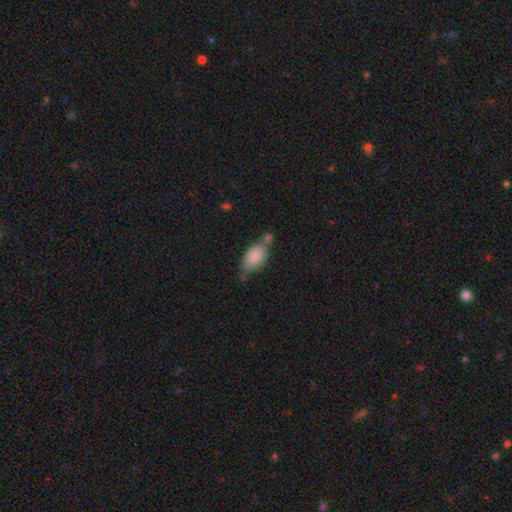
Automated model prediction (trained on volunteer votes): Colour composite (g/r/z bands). It shows a smooth galaxy with no disk features (83%) that is in between round and cigar-shaped (92%). Merging: none (41%).